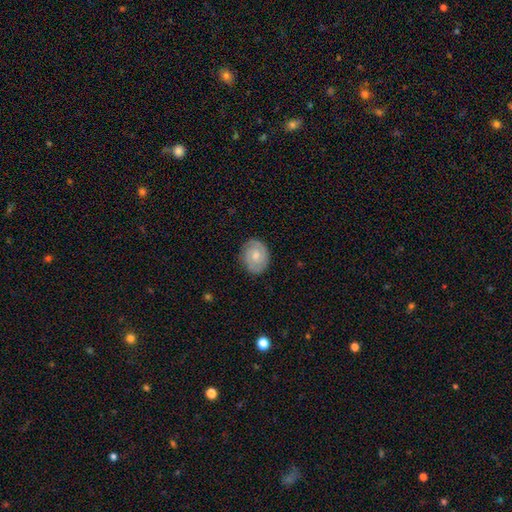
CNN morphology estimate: Q: Smooth or featured?
A: featured or disk (60%); runner-up: smooth (34%)
Q: Edge-on disk?
A: no (97%); runner-up: yes (3%)
Q: Bar?
A: no (66%); runner-up: weak (30%)
Q: Spiral arms?
A: yes (87%); runner-up: no (13%)
Q: Spiral winding?
A: tight (63%); runner-up: medium (30%)
Q: Spiral arm count?
A: 2 (73%); runner-up: can't tell (15%)
Q: Bulge size?
A: moderate (57%); runner-up: small (31%)
Q: Merging?
A: none (84%); runner-up: minor disturbance (12%)